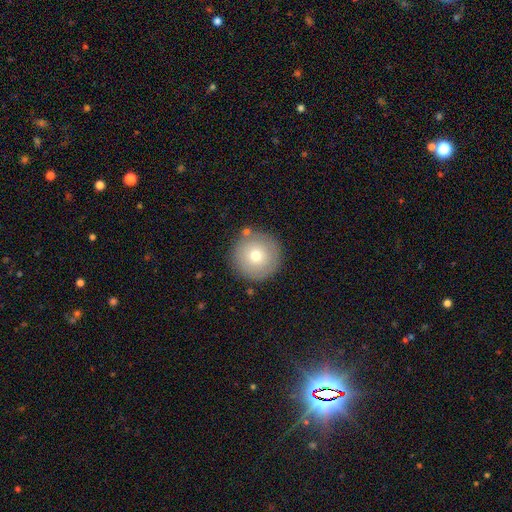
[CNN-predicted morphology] smooth 72%, featured or disk 19%, star or artifact 9%. Down the decision tree: how rounded — round (97%); merging — none (84%).